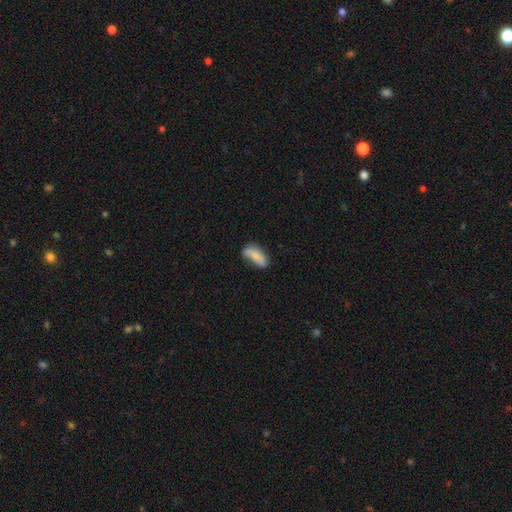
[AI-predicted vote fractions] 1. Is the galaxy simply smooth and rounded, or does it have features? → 77% smooth, 15% featured or disk, 7% star or artifact.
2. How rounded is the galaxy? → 80% in between, 17% cigar-shaped, 3% round.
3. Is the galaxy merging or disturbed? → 47% none, 31% minor disturbance, 12% major disturbance, 10% merger.